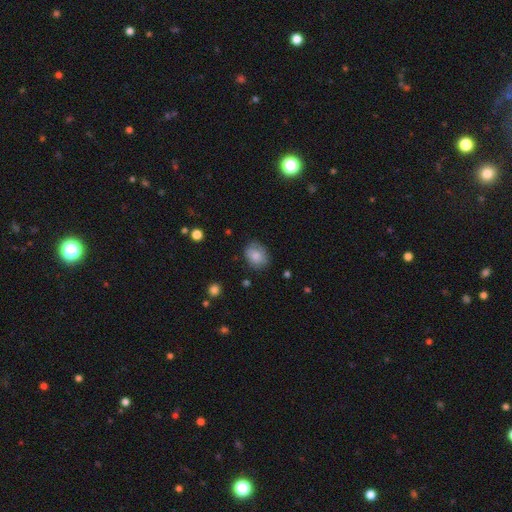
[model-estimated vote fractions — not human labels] smooth 79%, featured or disk 13%, star or artifact 8%. Down the decision tree: how rounded — in between (54%); merging — none (72%).